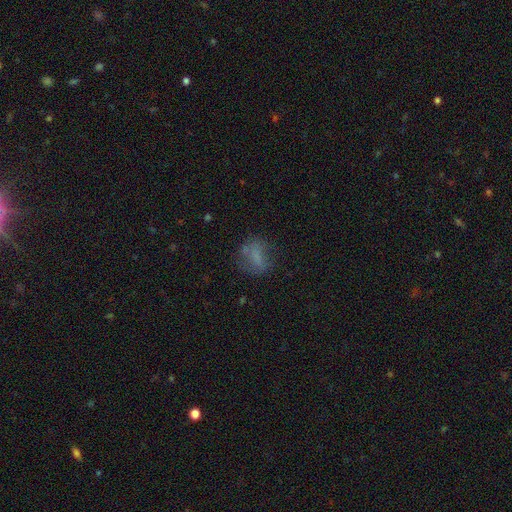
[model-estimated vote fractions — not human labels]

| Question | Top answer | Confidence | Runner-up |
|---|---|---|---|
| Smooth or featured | smooth | 60% | featured or disk (26%) |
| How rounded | in between | 56% | round (37%) |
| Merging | none | 60% | minor disturbance (21%) |